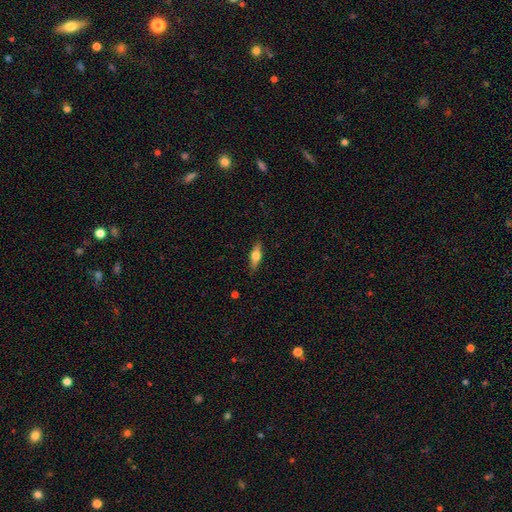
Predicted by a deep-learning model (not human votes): Smooth or featured? smooth (53%)
How rounded? cigar-shaped (49%)
Merging? none (88%)